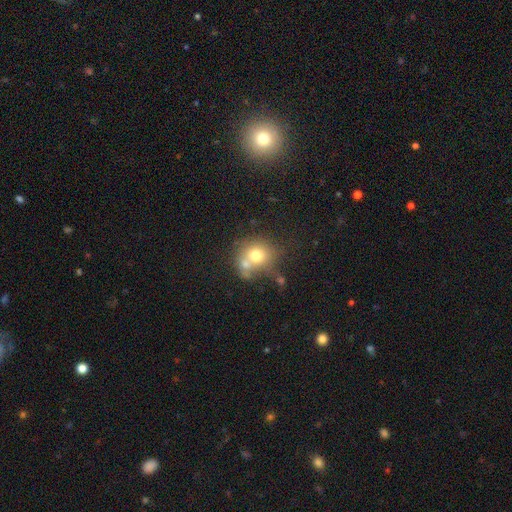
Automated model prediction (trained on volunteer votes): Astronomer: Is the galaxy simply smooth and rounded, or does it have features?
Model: smooth — 69%.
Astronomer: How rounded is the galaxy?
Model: round — 76%.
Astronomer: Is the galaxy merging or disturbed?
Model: merger — 45% (runner-up: none, 36%).